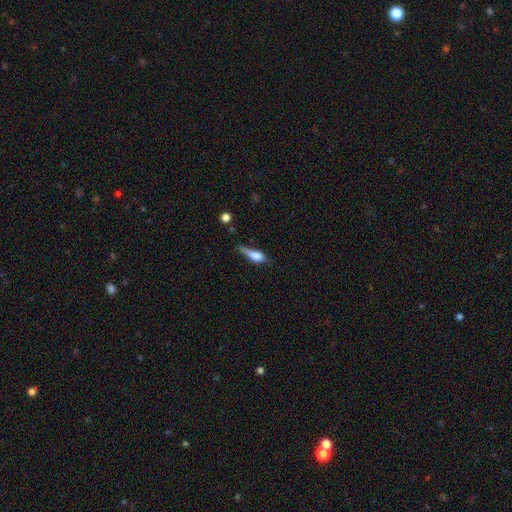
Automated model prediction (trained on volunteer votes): Morphology: type=smooth (68%); roundness=in between (50%); merging=minor disturbance (35%).